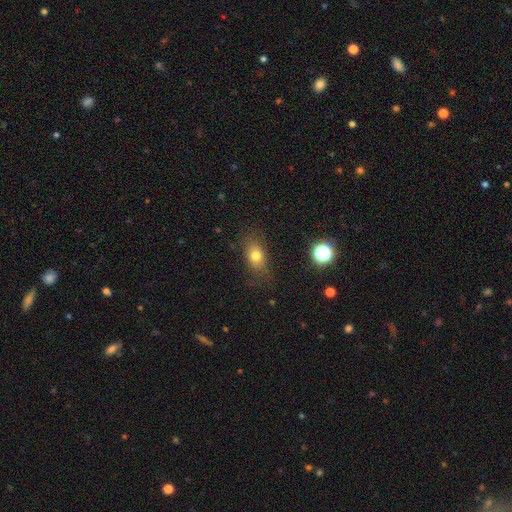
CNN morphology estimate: A smooth galaxy with no disk features (75%) that is in between round and cigar-shaped (71%).

Vote fractions:
- Smooth or featured? smooth: 75% / star or artifact: 13% / featured or disk: 12%
- How rounded? in between: 71% / round: 25% / cigar-shaped: 4%
- Merging? none: 74% / minor disturbance: 18% / major disturbance: 7% / merger: 2%